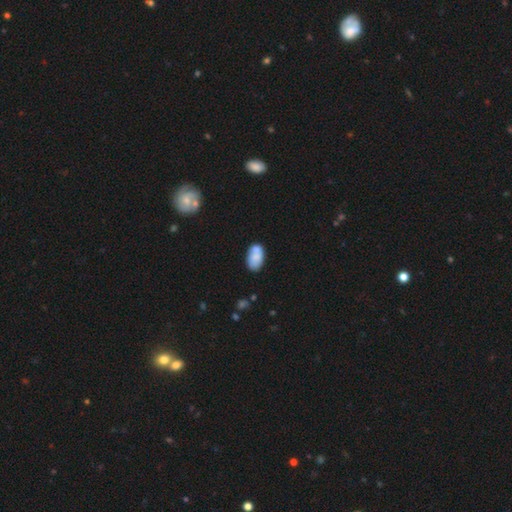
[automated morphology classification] The model was most divided on "merging": none: 53%, merger: 23%, minor disturbance: 19%, major disturbance: 5%. More confident: how rounded — in between (91%); smooth or featured — smooth (75%).